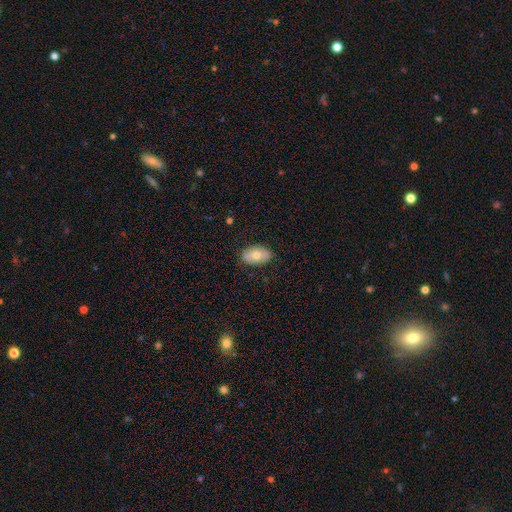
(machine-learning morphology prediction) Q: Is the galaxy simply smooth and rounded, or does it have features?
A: smooth — 70%.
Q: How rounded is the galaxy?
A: in between — 91%.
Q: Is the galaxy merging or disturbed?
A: none — 84%.